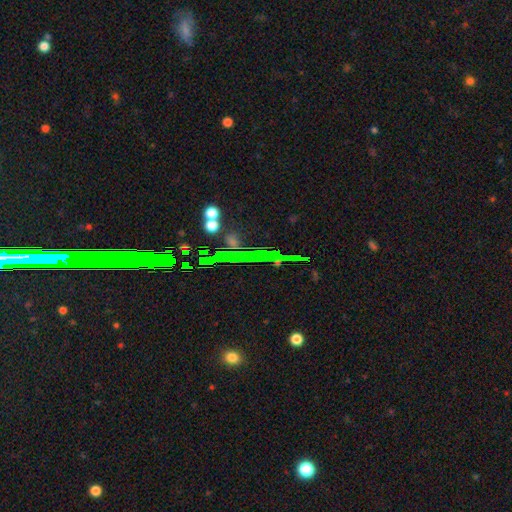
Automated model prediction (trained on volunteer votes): This is likely a star or artifact rather than a galaxy (70%).